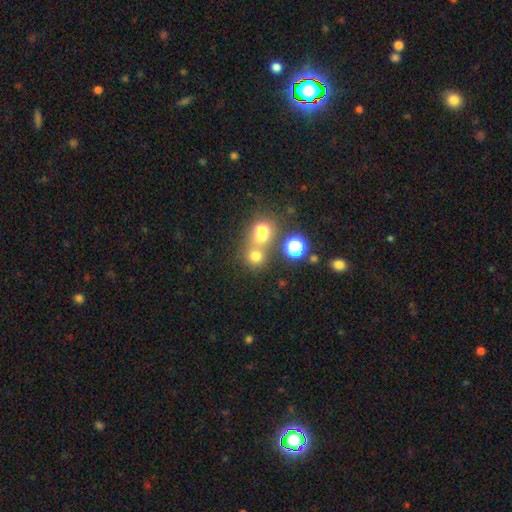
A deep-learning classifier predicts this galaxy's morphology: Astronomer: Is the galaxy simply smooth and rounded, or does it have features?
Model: smooth — 65%.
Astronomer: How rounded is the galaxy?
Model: round — 82%.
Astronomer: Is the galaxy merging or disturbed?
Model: none — 47% (runner-up: merger, 42%).